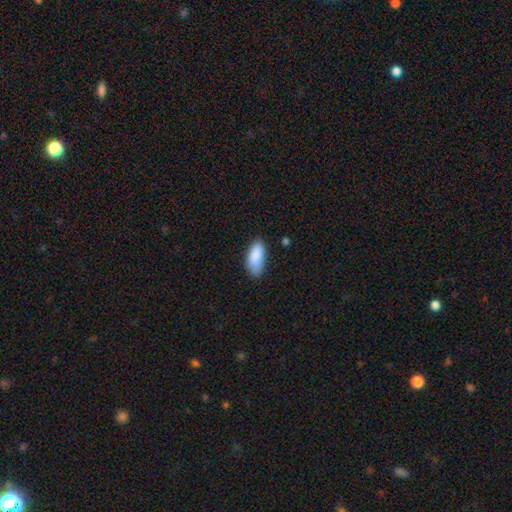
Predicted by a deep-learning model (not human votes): smooth-or-featured: smooth: 87% | star or artifact: 7% | featured or disk: 6%
  how-rounded: in between: 86% | cigar-shaped: 12% | round: 2%
  merging: none: 65% | minor disturbance: 28% | major disturbance: 5% | merger: 2%